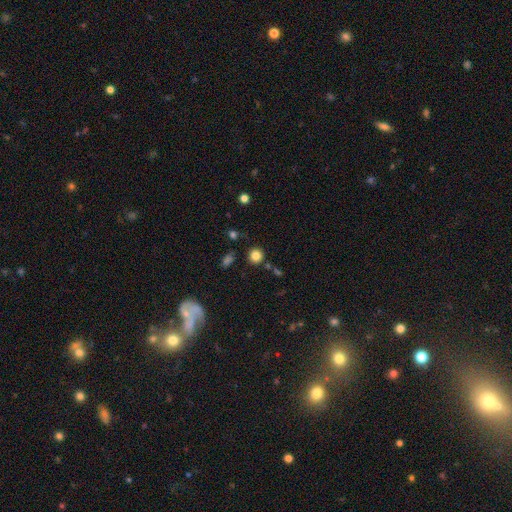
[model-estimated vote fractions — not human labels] Q: Smooth or featured?
A: smooth (83%); runner-up: star or artifact (12%)
Q: How rounded?
A: round (91%); runner-up: in between (8%)
Q: Merging?
A: none (85%); runner-up: minor disturbance (8%)